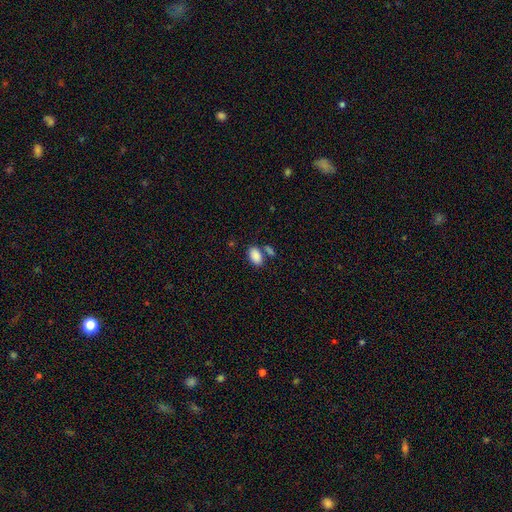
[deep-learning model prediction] The model was most divided on "merging": none: 64%, merger: 20%, minor disturbance: 12%, major disturbance: 4%. More confident: how rounded — in between (92%); smooth or featured — smooth (88%).